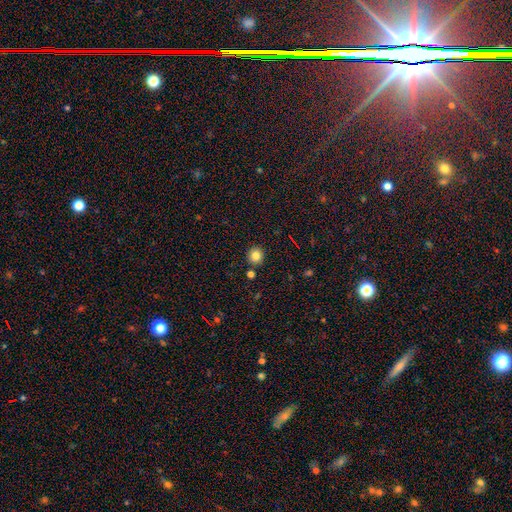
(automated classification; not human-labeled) A smooth galaxy with no disk features (83%) that is round (90%). Merging: none (87%).